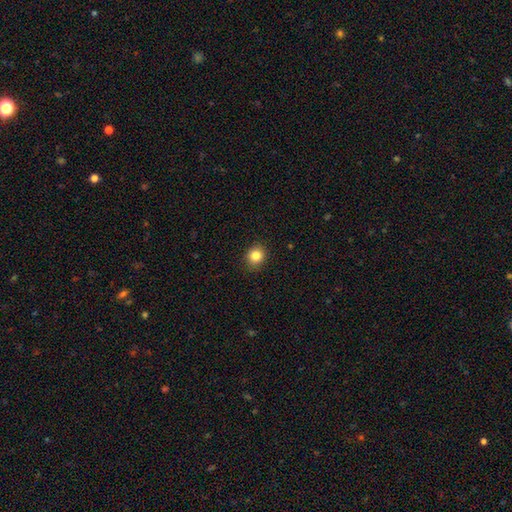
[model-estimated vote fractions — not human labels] Smooth or featured: smooth — 84% (star or artifact — 11%)
How rounded: round — 78% (in between — 21%)
Merging: none — 90% (minor disturbance — 7%)